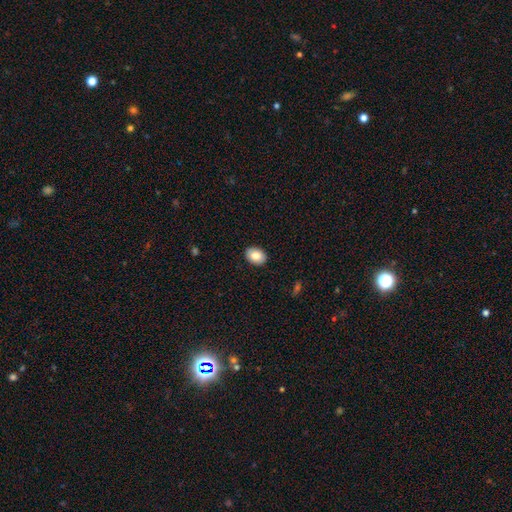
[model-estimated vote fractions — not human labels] smooth 81%, featured or disk 12%, star or artifact 7%. Down the decision tree: how rounded — in between (69%); merging — none (90%).